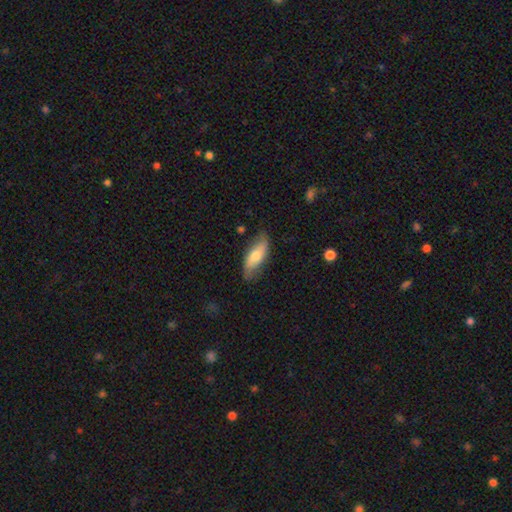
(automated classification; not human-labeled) Morphology: type=smooth (57%); roundness=in between (76%); merging=none (73%).